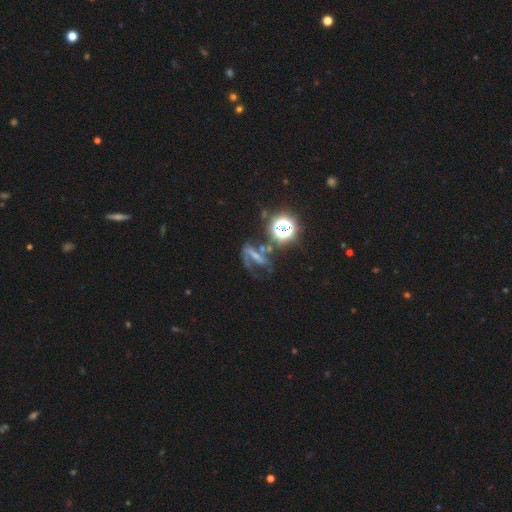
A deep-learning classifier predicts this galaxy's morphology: Overall: featured or disk (50%; star or artifact 30%). Edge-on disk: no (88%). Merging: none (39%; major disturbance 31%).